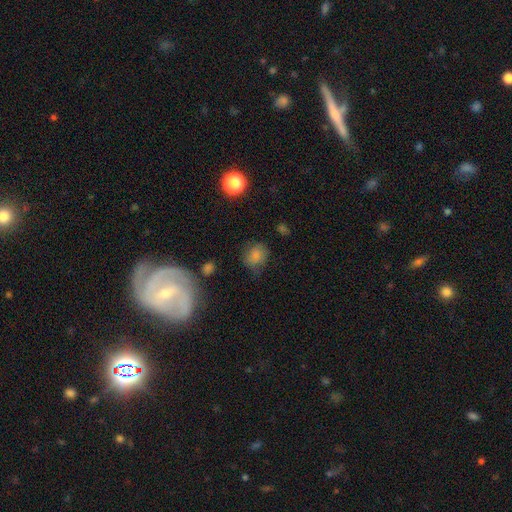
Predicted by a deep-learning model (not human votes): The model was most divided on "how rounded": round: 59%, in between: 40%, cigar-shaped: 1%. More confident: smooth or featured — smooth (78%); merging — none (70%).